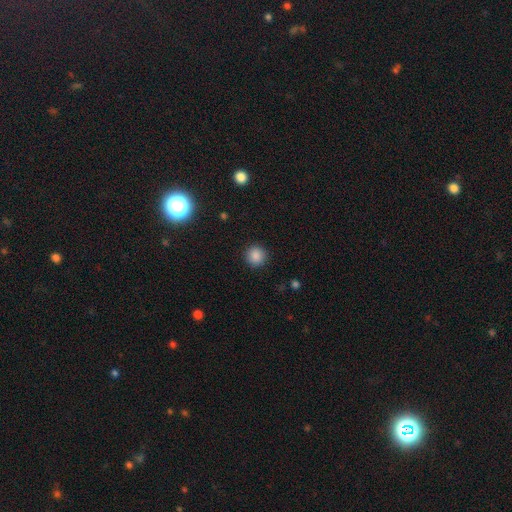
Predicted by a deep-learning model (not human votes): Overall: smooth (86%). How rounded: round (94%). Merging: none (91%).